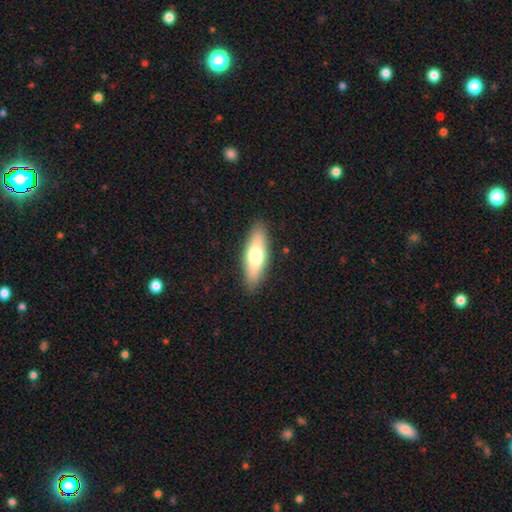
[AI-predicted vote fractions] smooth_or_featured: smooth (p=0.64) [alt: featured or disk p=0.30]
how_rounded: in between (p=0.53) [alt: cigar-shaped p=0.44]
merging: none (p=0.88) [alt: minor disturbance p=0.09]